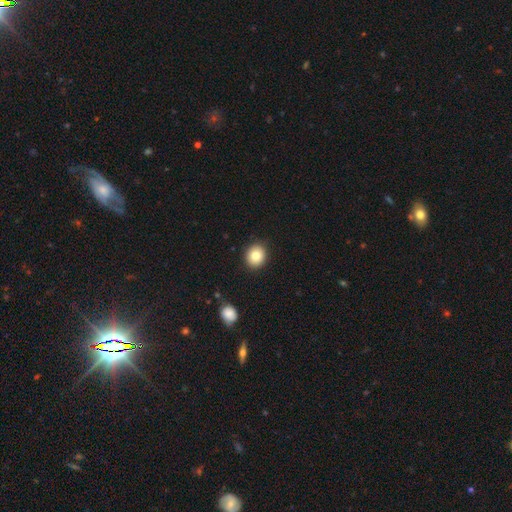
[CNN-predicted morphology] Smooth or featured? Predicted: smooth (p=0.81). How rounded? Predicted: round (p=0.74). Merging? Predicted: none (p=0.90).